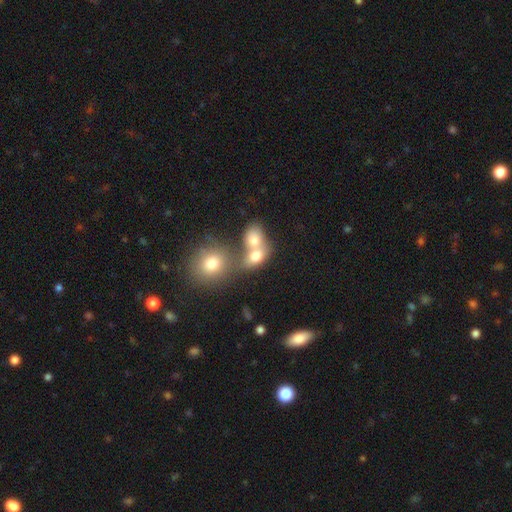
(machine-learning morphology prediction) A smooth galaxy with no disk features (73%) that is in between round and cigar-shaped (51%). Merging: merger (60%).